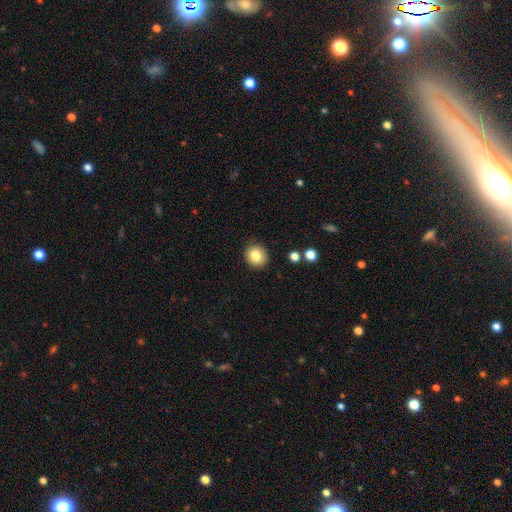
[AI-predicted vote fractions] This is clearly a smooth galaxy (83%). How rounded: clearly round (86%). Merging: clearly none (89%).